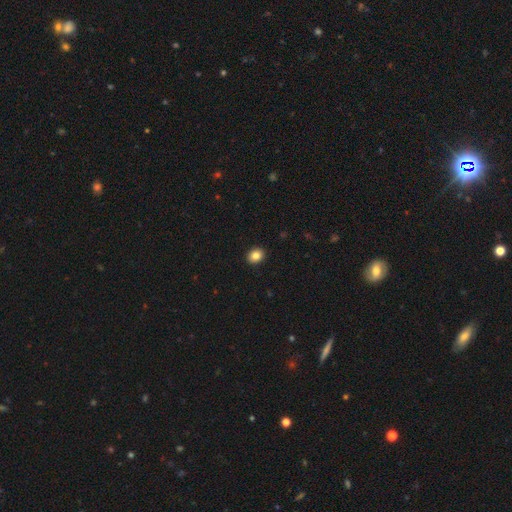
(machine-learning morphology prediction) Smooth or featured: smooth — 84% (star or artifact — 10%)
How rounded: round — 60% (in between — 40%)
Merging: none — 92% (minor disturbance — 5%)